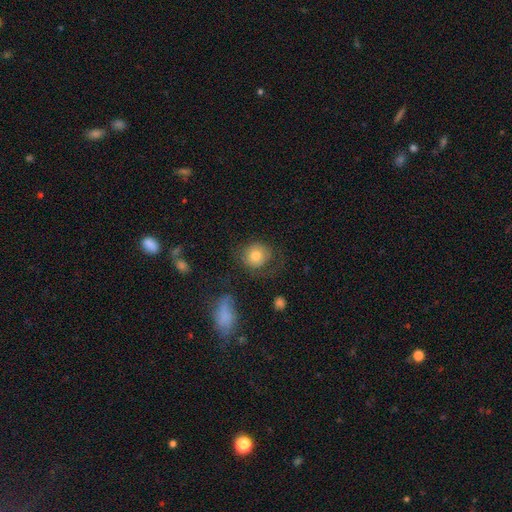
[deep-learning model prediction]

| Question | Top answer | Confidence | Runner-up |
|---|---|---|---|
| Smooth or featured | smooth | 77% | featured or disk (15%) |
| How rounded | round | 79% | in between (20%) |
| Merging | none | 60% | minor disturbance (20%) |